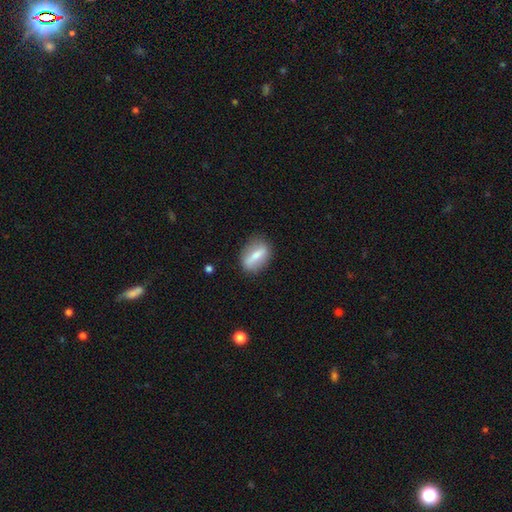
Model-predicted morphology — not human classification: The model was most divided on "smooth or featured": smooth: 54%, featured or disk: 39%, star or artifact: 8%. More confident: merging — none (83%); how rounded — in between (67%).